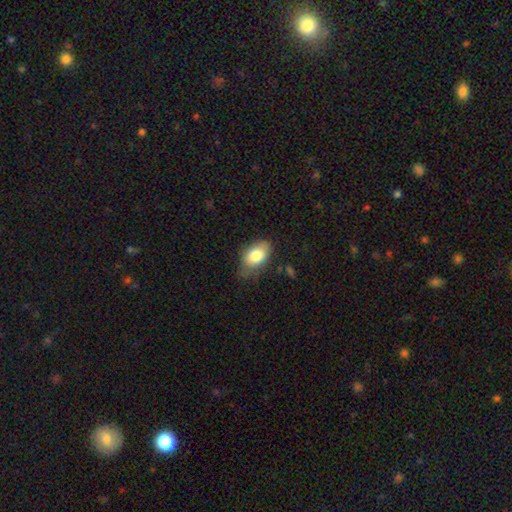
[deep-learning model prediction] This is clearly a smooth galaxy (81%). How rounded: clearly in between (90%). Merging: likely none (62%).